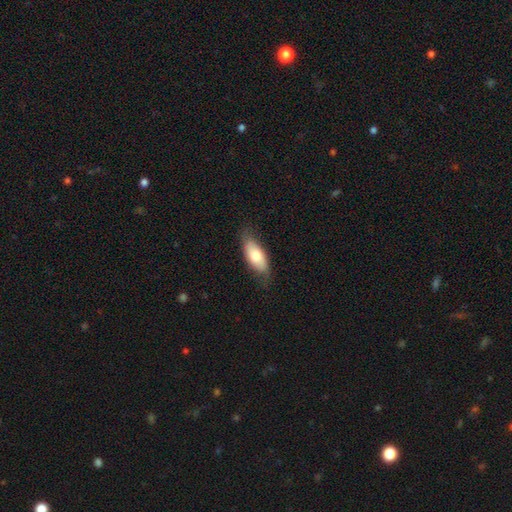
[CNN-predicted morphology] Smooth or featured: smooth — 69% (featured or disk — 25%)
How rounded: in between — 82% (cigar-shaped — 15%)
Merging: none — 73% (minor disturbance — 22%)